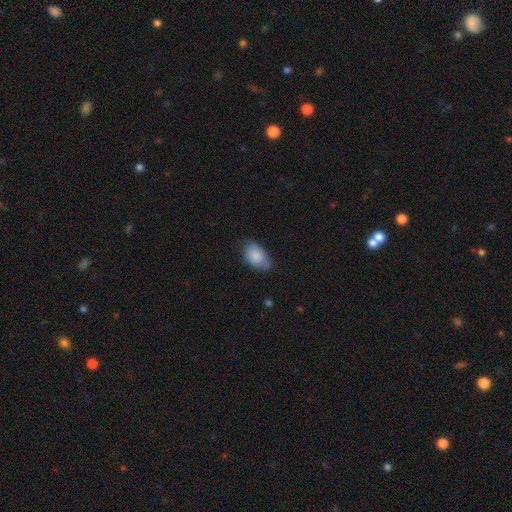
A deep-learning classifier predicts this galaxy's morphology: Q: Smooth or featured?
A: smooth (85%); runner-up: featured or disk (9%)
Q: How rounded?
A: in between (89%); runner-up: round (9%)
Q: Merging?
A: none (61%); runner-up: minor disturbance (31%)